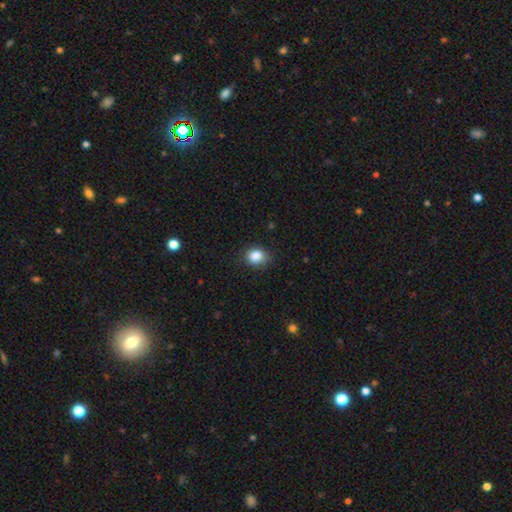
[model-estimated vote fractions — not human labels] Smooth or featured? Predicted: smooth (p=0.87). How rounded? Predicted: round (p=0.53). Merging? Predicted: none (p=0.81).